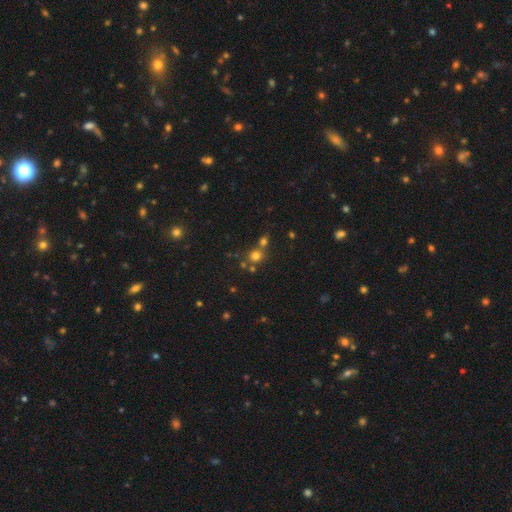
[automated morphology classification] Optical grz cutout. It shows a smooth galaxy with no disk features (70%) that is round (87%). Merging: none (59%).